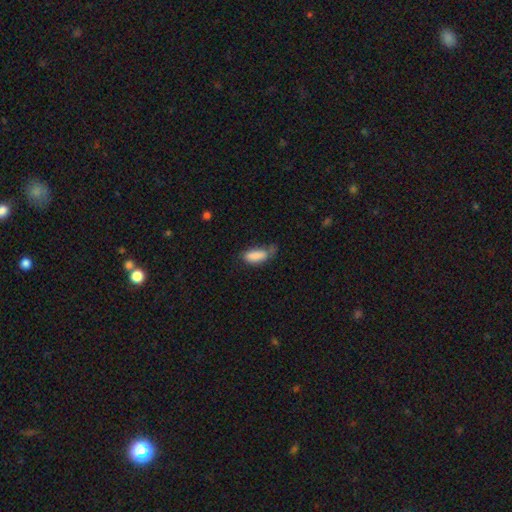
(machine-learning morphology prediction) Smooth or featured? Predicted: smooth (p=0.85). How rounded? Predicted: in between (p=0.77). Merging? Predicted: none (p=0.42).